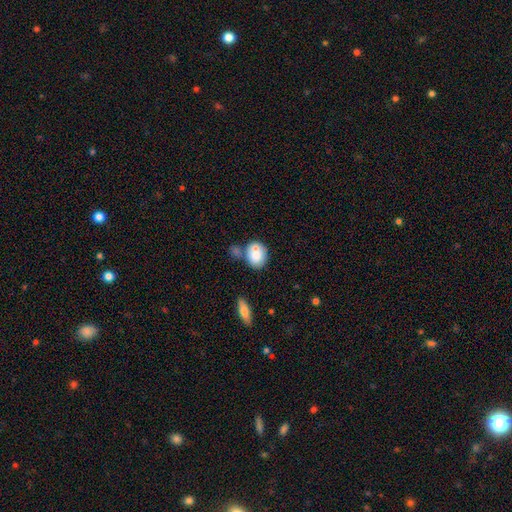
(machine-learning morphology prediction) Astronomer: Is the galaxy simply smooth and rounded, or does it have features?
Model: smooth — 76%.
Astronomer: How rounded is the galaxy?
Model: round — 54% (runner-up: in between, 45%).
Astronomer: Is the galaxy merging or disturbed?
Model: none — 42% (runner-up: merger, 38%).